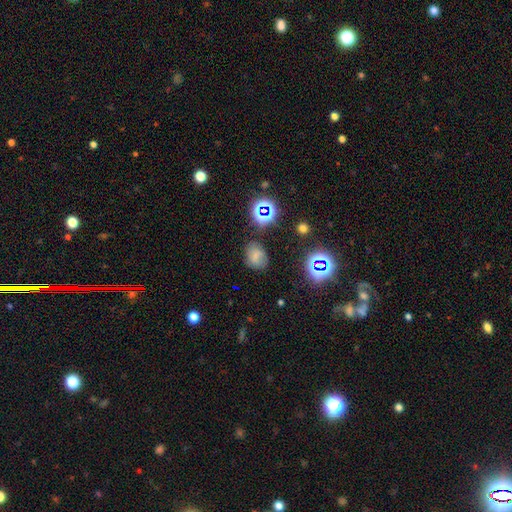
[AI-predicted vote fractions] Smooth or featured? Predicted: smooth (p=0.57). How rounded? Predicted: in between (p=0.57). Merging? Predicted: none (p=0.65).